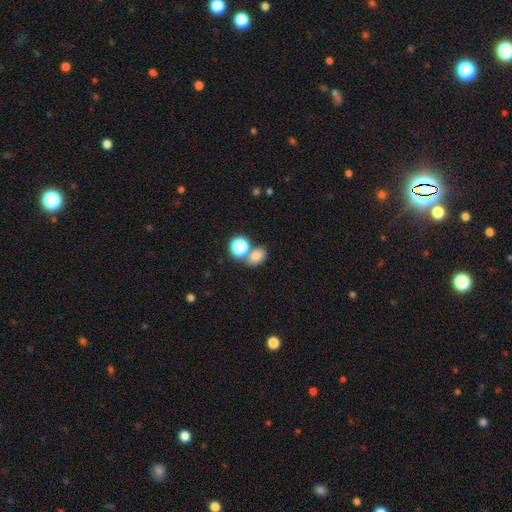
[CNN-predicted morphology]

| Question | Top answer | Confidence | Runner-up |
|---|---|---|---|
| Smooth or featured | smooth | 75% | star or artifact (17%) |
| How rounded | in between | 60% | round (39%) |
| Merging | none | 60% | merger (26%) |